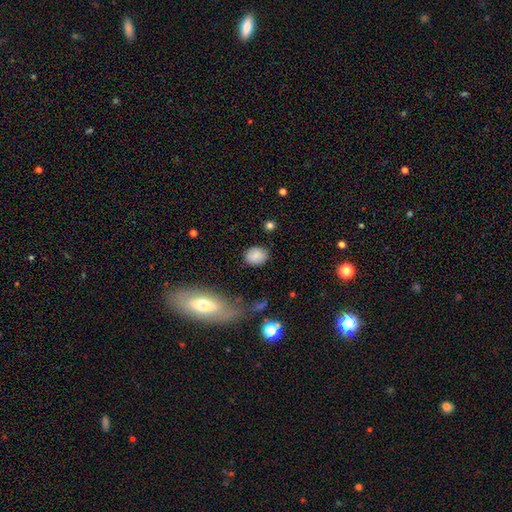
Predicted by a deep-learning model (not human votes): Q: Smooth or featured?
A: smooth (82%); runner-up: star or artifact (9%)
Q: How rounded?
A: round (59%); runner-up: in between (40%)
Q: Merging?
A: none (83%); runner-up: minor disturbance (12%)